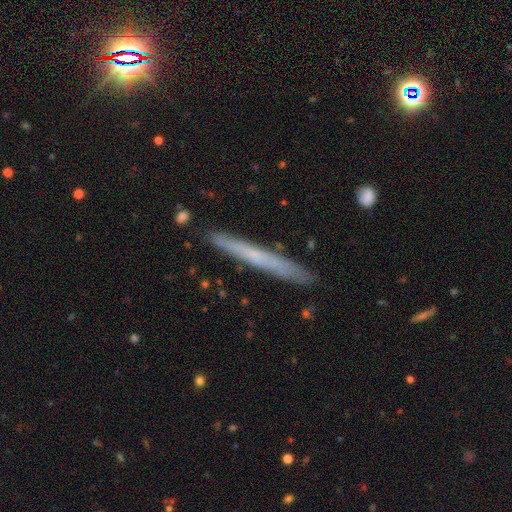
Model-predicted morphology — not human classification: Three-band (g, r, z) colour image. It shows a smooth galaxy with no disk features (47%). Merging: none (89%).